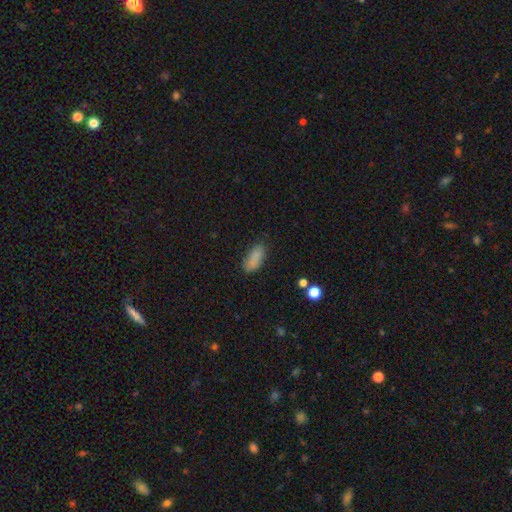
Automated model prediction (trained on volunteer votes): Smooth or featured? smooth (84%)
How rounded? in between (82%)
Merging? none (75%)